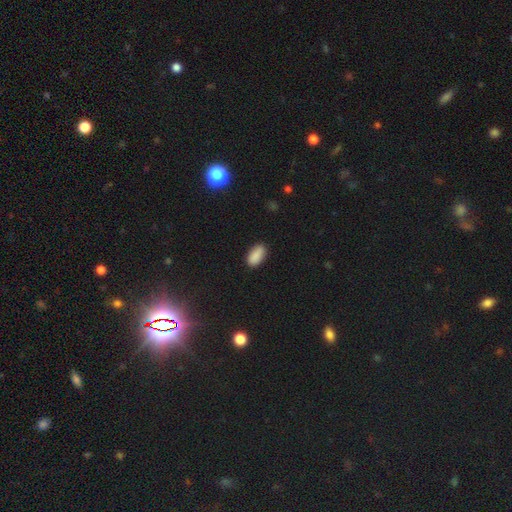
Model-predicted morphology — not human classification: The model was most divided on "merging": none: 84%, minor disturbance: 12%, major disturbance: 2%, merger: 1%. More confident: how rounded — in between (93%); smooth or featured — smooth (89%).